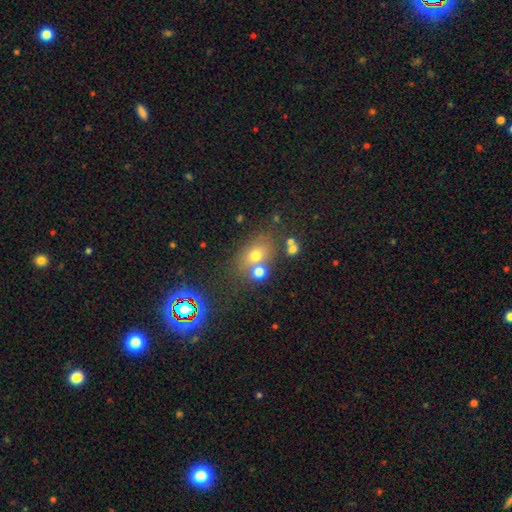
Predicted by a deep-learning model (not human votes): smooth-or-featured: smooth: 66% | star or artifact: 17% | featured or disk: 16%
  how-rounded: in between: 58% | round: 40% | cigar-shaped: 2%
  merging: none: 54% | merger: 28% | minor disturbance: 12% | major disturbance: 6%